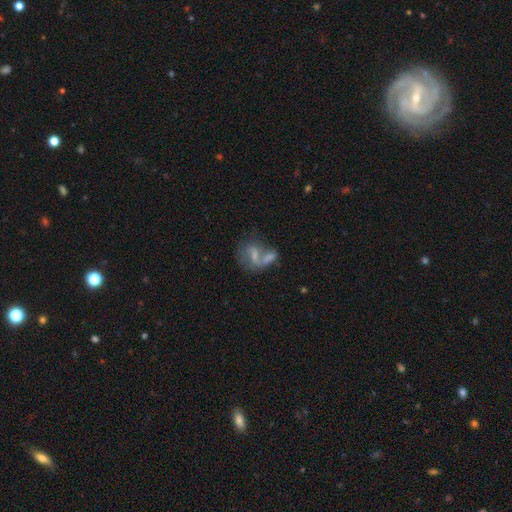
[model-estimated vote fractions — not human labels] Smooth or featured? featured or disk (51%)
Edge-on disk? no (94%)
Merging? merger (45%)